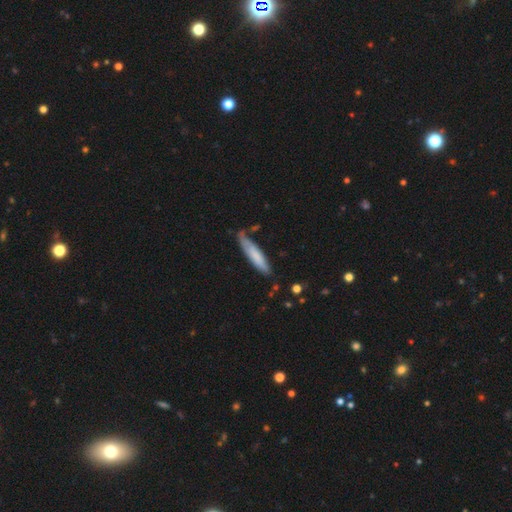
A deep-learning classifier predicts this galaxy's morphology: Smooth or featured?
  - smooth: 71% *
  - featured or disk: 24%
  - star or artifact: 5%
How rounded?
  - cigar-shaped: 81% *
  - in between: 17%
  - round: 1%
Merging?
  - none: 64% *
  - minor disturbance: 26%
  - major disturbance: 6%
  - merger: 4%